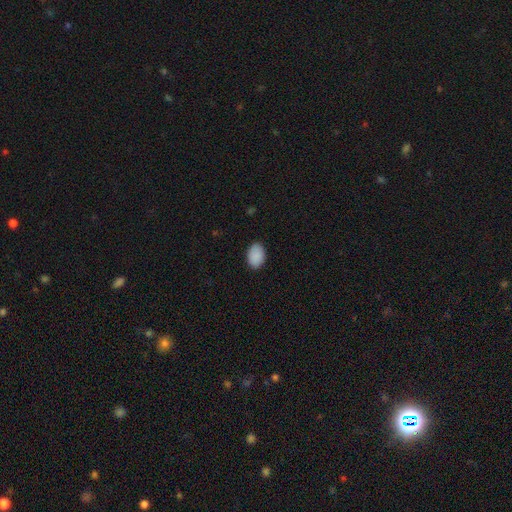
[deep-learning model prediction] A smooth galaxy with no disk features (90%) that is in between round and cigar-shaped (85%).

Vote fractions:
- Smooth or featured? smooth: 90% / star or artifact: 7% / featured or disk: 3%
- How rounded? in between: 85% / round: 14% / cigar-shaped: 1%
- Merging? none: 86% / minor disturbance: 10% / major disturbance: 2% / merger: 1%